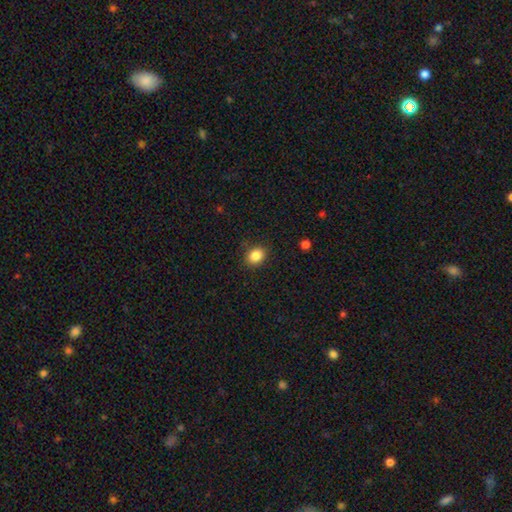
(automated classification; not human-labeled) Morphology: type=smooth (85%); roundness=round (56%); merging=none (86%).